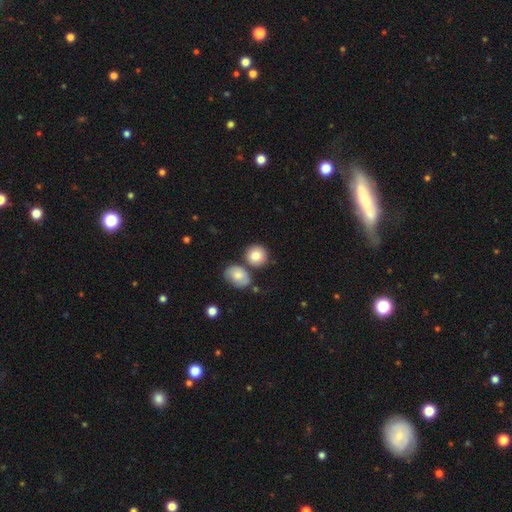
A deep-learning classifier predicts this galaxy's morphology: This appears to be a smooth galaxy with no disk features (82%) that is round (82%). Merging: none (68%).